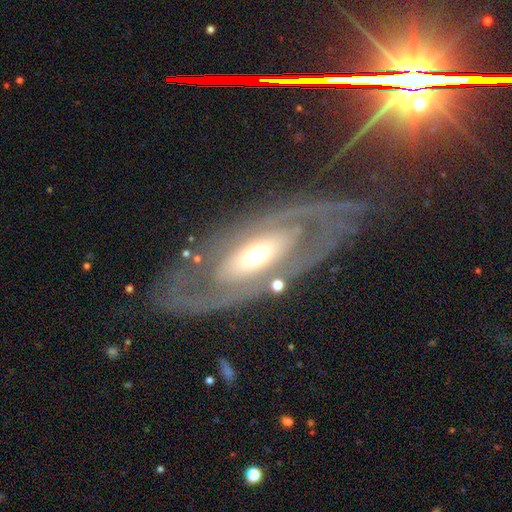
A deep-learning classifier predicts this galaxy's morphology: type=featured or disk (79%); edge-on=no (85%); bar=no (70%); spiral arms=yes (57%); bulge=moderate (63%); merging=none (69%).